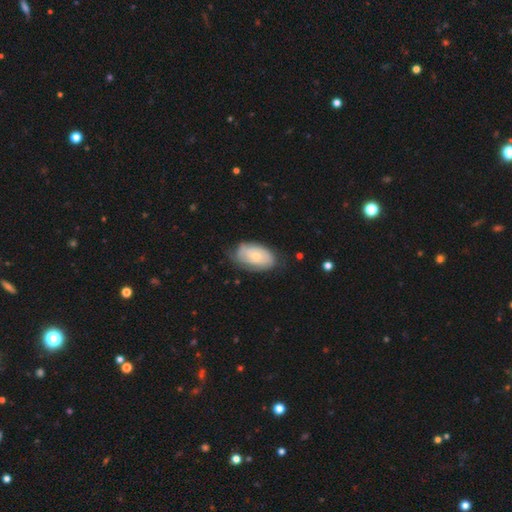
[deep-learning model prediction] Smooth or featured: featured or disk — 51% (smooth — 43%)
Edge-on disk: no — 94% (yes — 6%)
Merging: none — 63% (minor disturbance — 27%)